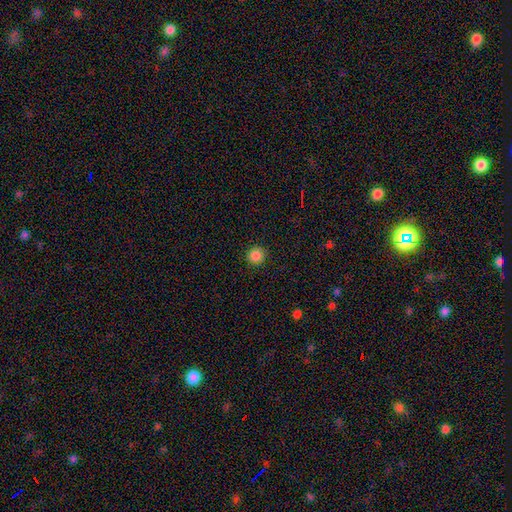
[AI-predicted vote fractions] Smooth or featured: smooth — 86% (star or artifact — 10%)
How rounded: round — 95% (in between — 4%)
Merging: none — 92% (minor disturbance — 5%)